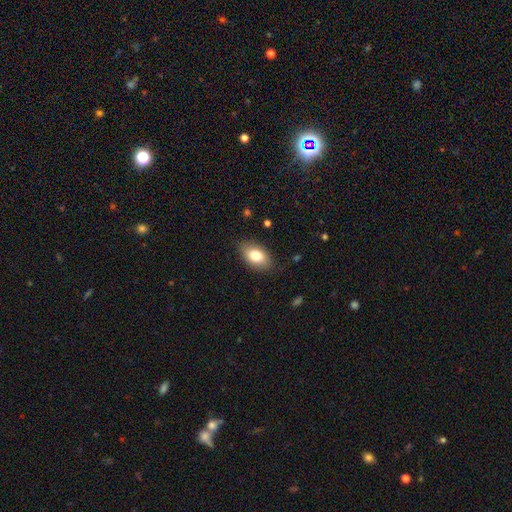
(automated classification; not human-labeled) Q: Smooth or featured?
A: smooth (79%); runner-up: featured or disk (14%)
Q: How rounded?
A: in between (91%); runner-up: round (7%)
Q: Merging?
A: none (84%); runner-up: minor disturbance (12%)